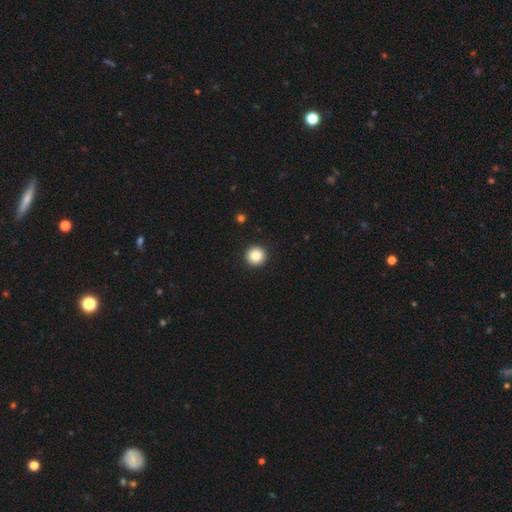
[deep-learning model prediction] A smooth galaxy with no disk features (87%) that is round (96%). Merging: none (93%).